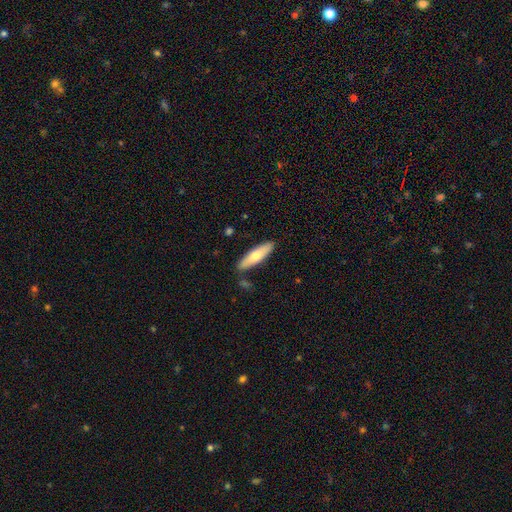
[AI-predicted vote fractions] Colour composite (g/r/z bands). It shows a smooth galaxy with no disk features (64%) that is cigar-shaped (68%). Merging: none (86%).